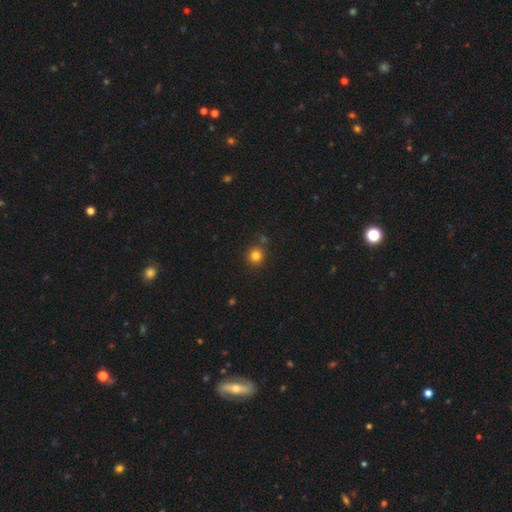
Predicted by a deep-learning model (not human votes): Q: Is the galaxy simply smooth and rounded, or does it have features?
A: smooth — 81%.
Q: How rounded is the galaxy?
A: round — 92%.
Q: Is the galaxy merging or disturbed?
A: none — 81%.